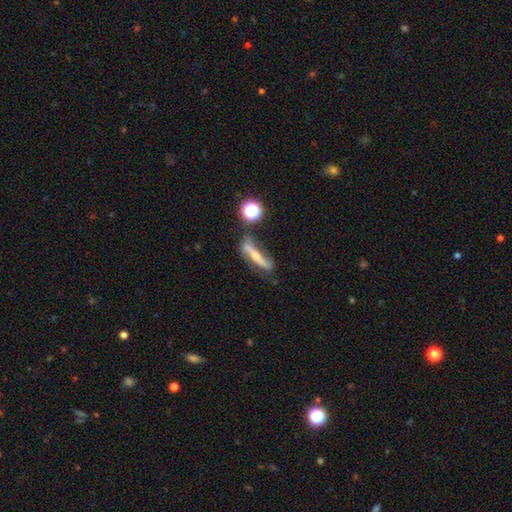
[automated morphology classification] Smooth or featured? featured or disk (58%)
Edge-on disk? yes (55%)
Merging? none (55%)